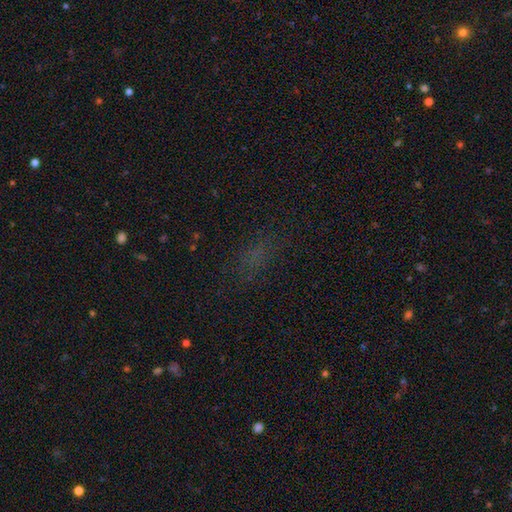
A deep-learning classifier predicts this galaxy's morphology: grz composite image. It shows a smooth galaxy with no disk features (51%) that is in between round and cigar-shaped (71%). Merging: none (74%).